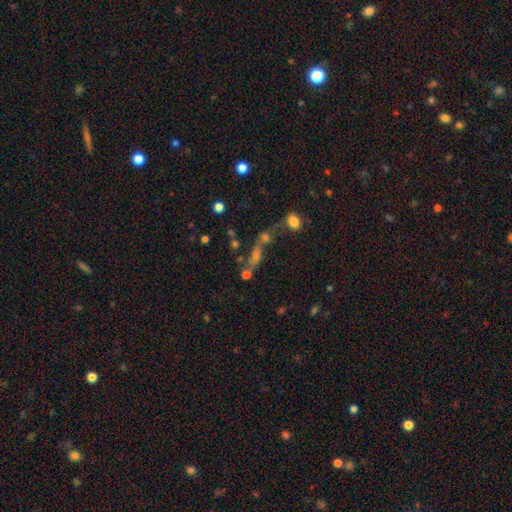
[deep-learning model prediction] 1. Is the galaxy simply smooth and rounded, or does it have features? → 36% star or artifact, 34% smooth, 30% featured or disk.